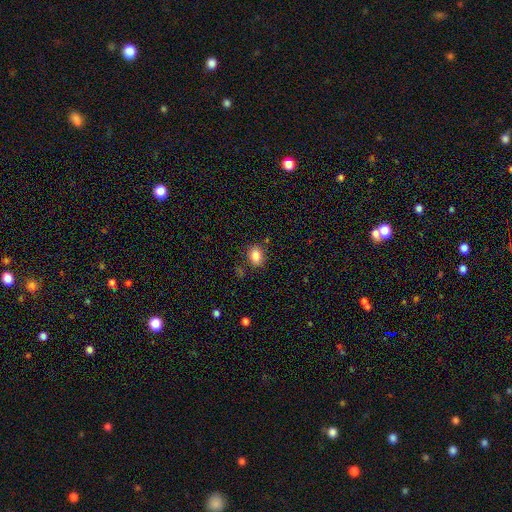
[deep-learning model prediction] The model was most divided on "how rounded": in between: 71%, round: 28%, cigar-shaped: 1%. More confident: smooth or featured — smooth (84%); merging — none (80%).